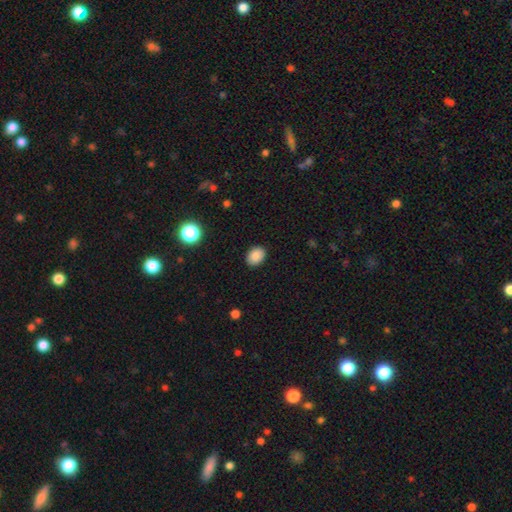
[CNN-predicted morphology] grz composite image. It shows a smooth galaxy with no disk features (86%) that is in between round and cigar-shaped (63%). Merging: none (90%).